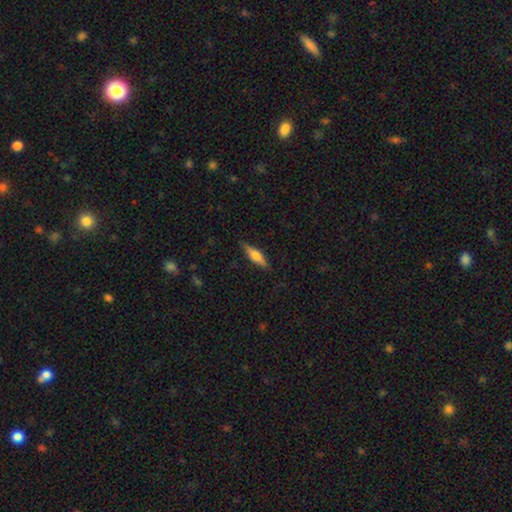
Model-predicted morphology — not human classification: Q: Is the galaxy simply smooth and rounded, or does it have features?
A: smooth — 51%.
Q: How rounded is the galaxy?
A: cigar-shaped — 66%.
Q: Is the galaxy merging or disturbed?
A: none — 85%.